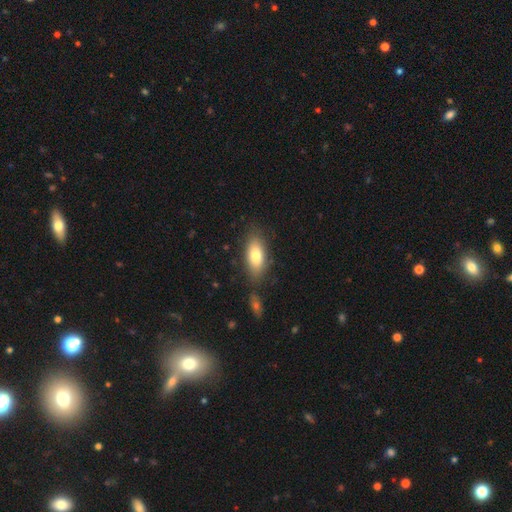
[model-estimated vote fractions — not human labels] Smooth or featured? Predicted: smooth (p=0.78). How rounded? Predicted: in between (p=0.86). Merging? Predicted: none (p=0.76).